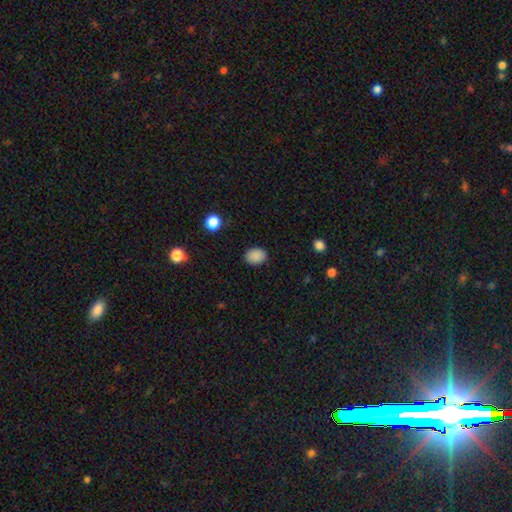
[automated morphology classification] Overall: smooth (88%). How rounded: in between (60%; round 39%). Merging: none (87%).